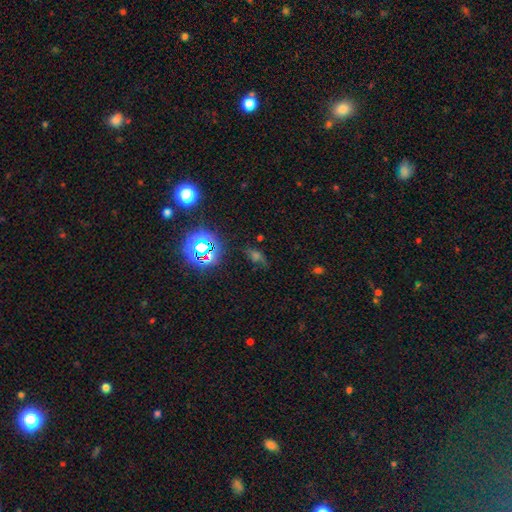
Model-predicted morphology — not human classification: smooth_or_featured: star or artifact (p=0.50) [alt: smooth p=0.36]